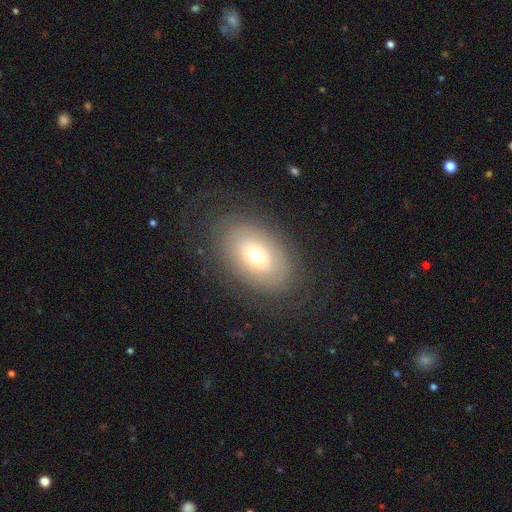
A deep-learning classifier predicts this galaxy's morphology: smooth_or_featured: smooth (p=0.51) [alt: featured or disk p=0.40]
how_rounded: in between (p=0.83) [alt: round p=0.16]
merging: none (p=0.74) [alt: minor disturbance p=0.14]